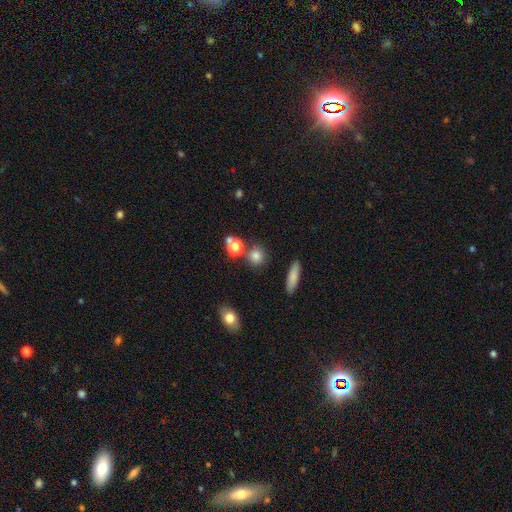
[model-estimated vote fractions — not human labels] smooth-or-featured: smooth: 79% | star or artifact: 14% | featured or disk: 7%
  how-rounded: round: 87% | in between: 10% | cigar-shaped: 2%
  merging: none: 76% | merger: 12% | minor disturbance: 9% | major disturbance: 3%